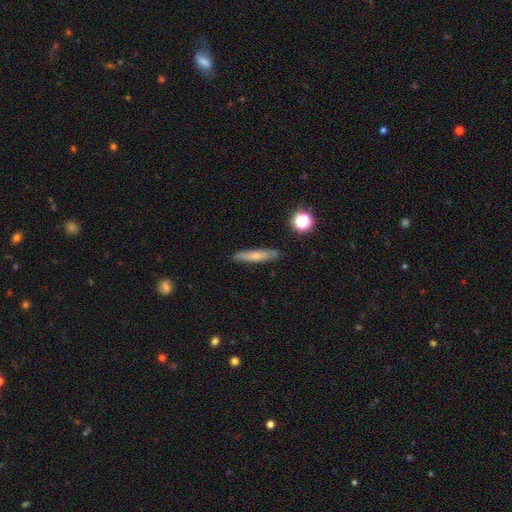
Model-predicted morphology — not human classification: Smooth or featured? Predicted: smooth (p=0.66). How rounded? Predicted: cigar-shaped (p=0.88). Merging? Predicted: none (p=0.85).